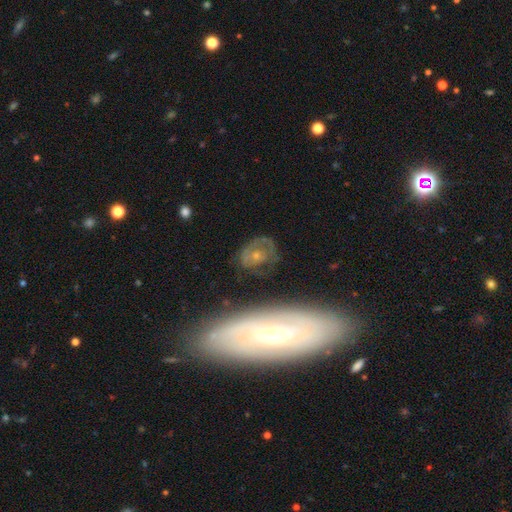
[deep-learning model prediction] smooth_or_featured: featured or disk (p=0.50) [alt: smooth p=0.39]
disk_edge_on: no (p=0.90) [alt: yes p=0.10]
merging: none (p=0.61) [alt: minor disturbance p=0.21]